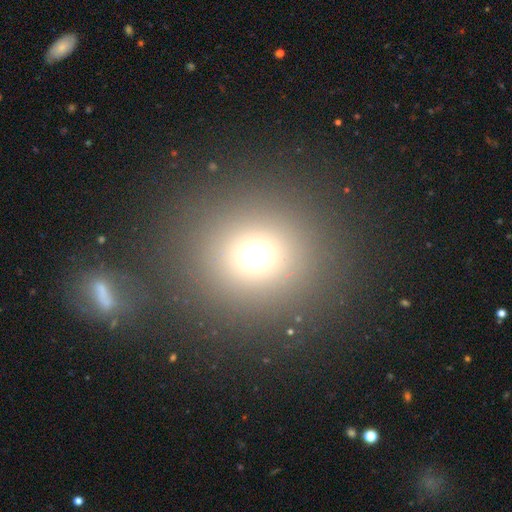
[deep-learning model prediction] A smooth galaxy with no disk features (67%) that is round (90%). Merging: none (79%).